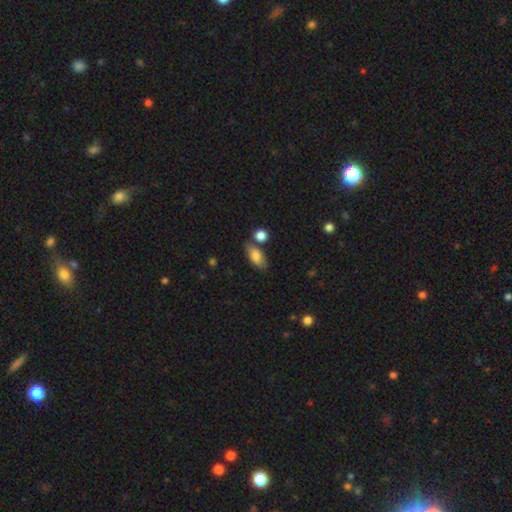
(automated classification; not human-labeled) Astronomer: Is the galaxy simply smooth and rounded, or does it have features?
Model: smooth — 81%.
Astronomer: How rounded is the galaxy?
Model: in between — 87%.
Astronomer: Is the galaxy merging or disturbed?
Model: none — 69%.